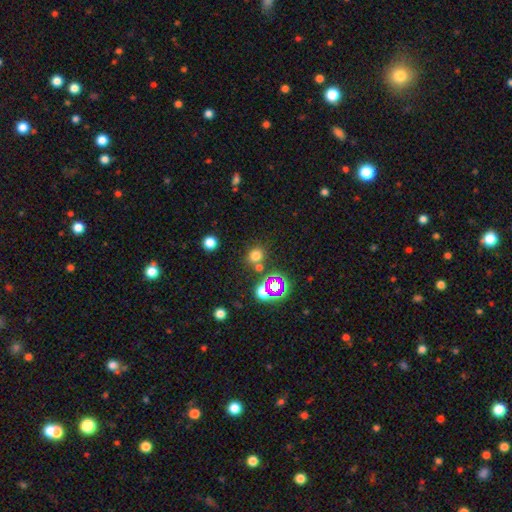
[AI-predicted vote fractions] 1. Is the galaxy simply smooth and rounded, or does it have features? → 68% smooth, 25% star or artifact, 7% featured or disk.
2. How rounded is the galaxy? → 82% round, 17% in between, 1% cigar-shaped.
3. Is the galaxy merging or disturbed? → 72% none, 14% merger, 10% minor disturbance, 5% major disturbance.